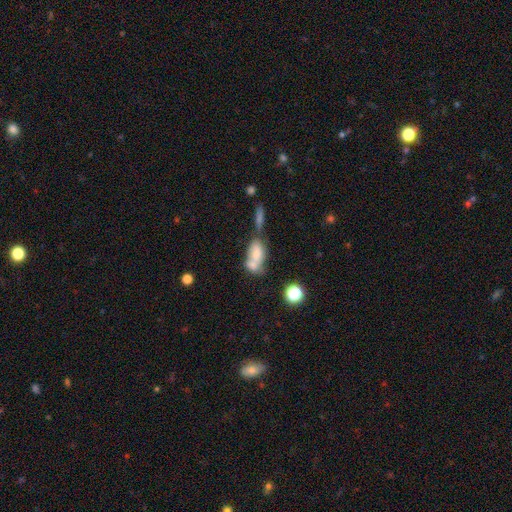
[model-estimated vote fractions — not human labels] This appears to be a smooth galaxy with no disk features (67%) that is in between round and cigar-shaped (83%). Merging: merger (58%).